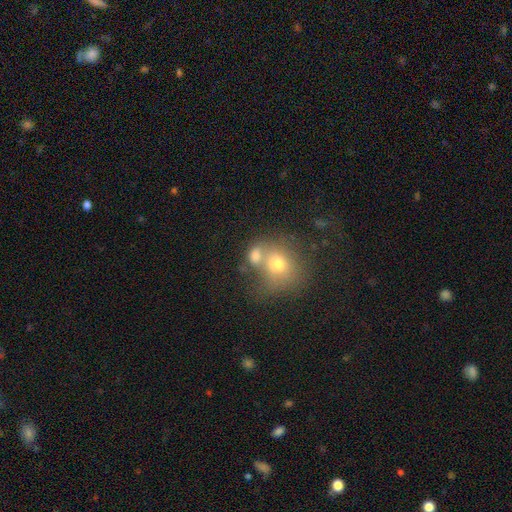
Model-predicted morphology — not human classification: This appears to be a smooth galaxy with no disk features (70%) that is round (55%). Merging: merger (49%).